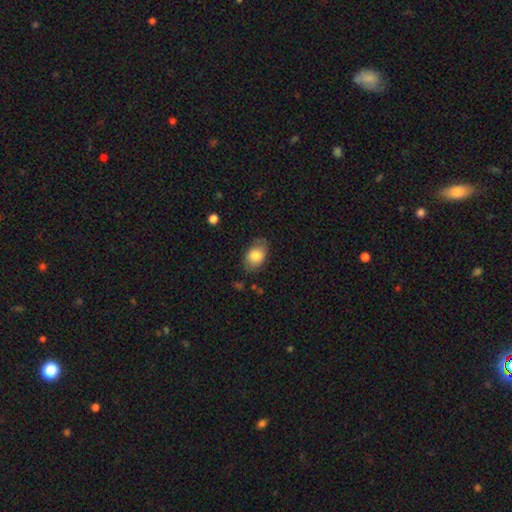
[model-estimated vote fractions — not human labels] smooth 80%, featured or disk 13%, star or artifact 7%. Down the decision tree: how rounded — in between (85%); merging — none (76%).